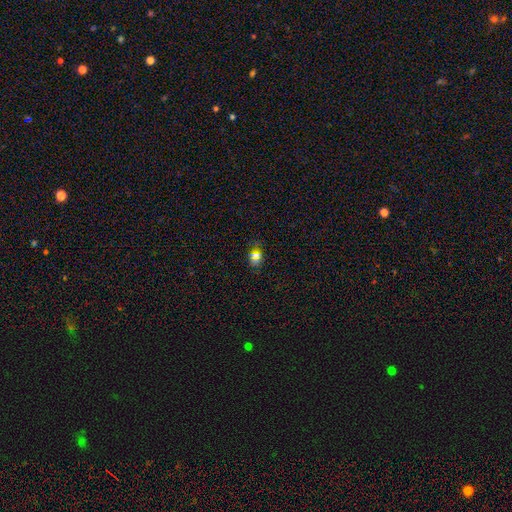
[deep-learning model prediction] This appears to be a smooth galaxy with no disk features (50%). Merging: none (83%).